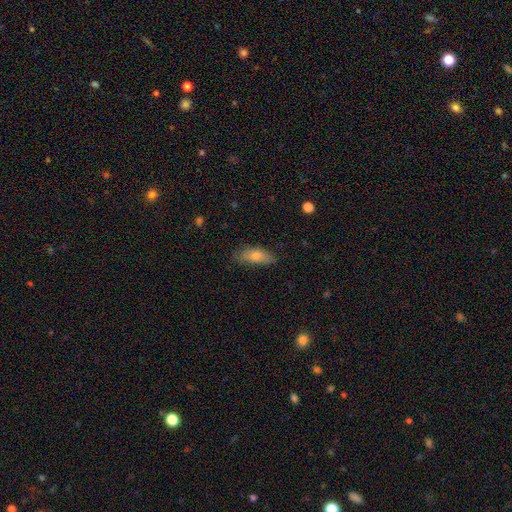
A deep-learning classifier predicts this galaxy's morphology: type=smooth (71%); roundness=in between (69%); merging=none (74%).